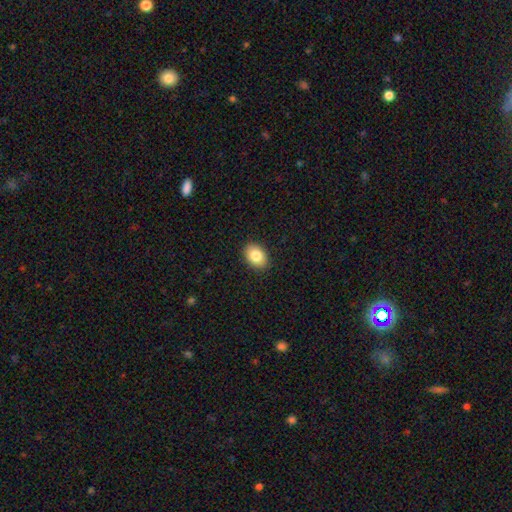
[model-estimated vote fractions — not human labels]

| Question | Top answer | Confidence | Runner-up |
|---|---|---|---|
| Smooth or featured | smooth | 83% | featured or disk (9%) |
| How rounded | in between | 78% | round (21%) |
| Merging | none | 90% | minor disturbance (7%) |